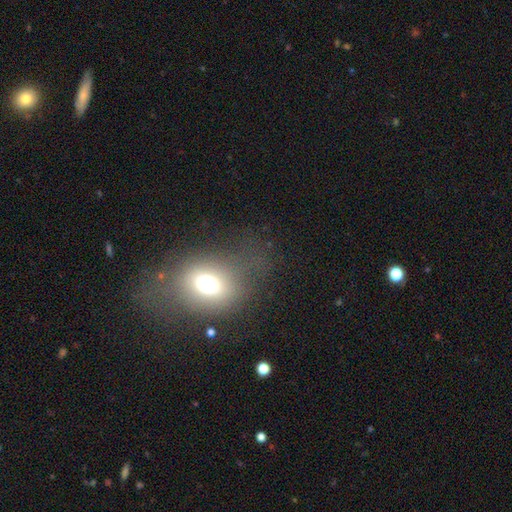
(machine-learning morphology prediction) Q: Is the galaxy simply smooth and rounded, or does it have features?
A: smooth — 55%.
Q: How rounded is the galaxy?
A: in between — 67%.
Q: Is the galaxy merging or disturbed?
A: none — 61%.